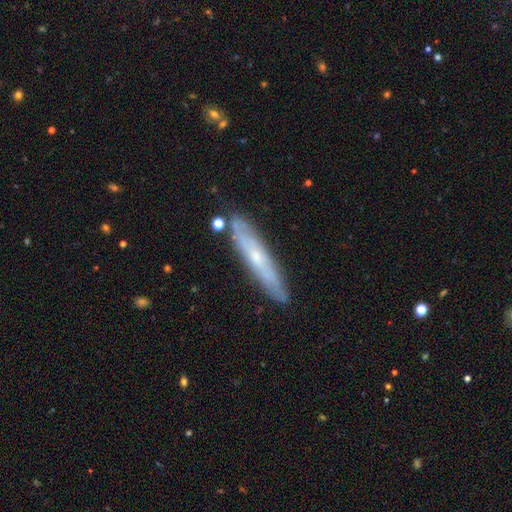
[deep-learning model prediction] smooth-or-featured: featured or disk: 57% | smooth: 37% | star or artifact: 7%
  disk-edge-on: yes: 71% | no: 29%
  merging: none: 82% | minor disturbance: 12% | merger: 3% | major disturbance: 2%